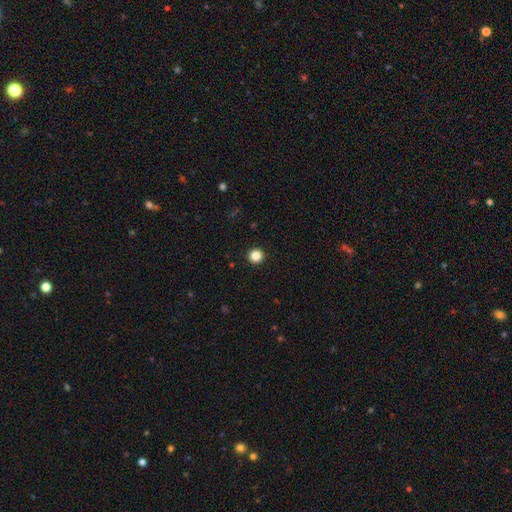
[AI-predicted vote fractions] Smooth or featured: smooth — 86% (star or artifact — 11%)
How rounded: round — 96% (in between — 3%)
Merging: none — 94% (minor disturbance — 4%)